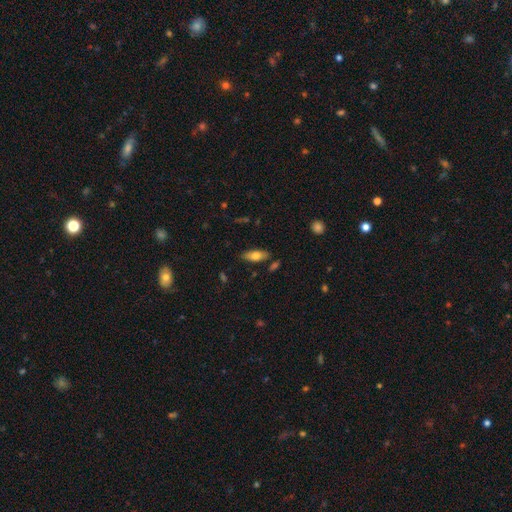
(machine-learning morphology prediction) This appears to be a smooth galaxy with no disk features (70%) that is in between round and cigar-shaped (78%). Merging: none (82%).